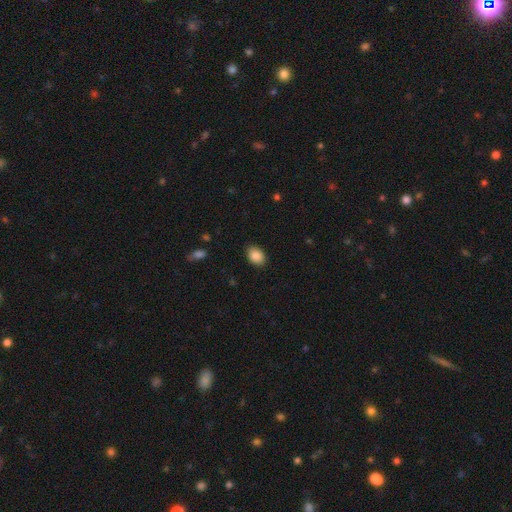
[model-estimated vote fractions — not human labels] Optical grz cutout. It shows a smooth galaxy with no disk features (87%) that is in between round and cigar-shaped (81%). Merging: none (87%).